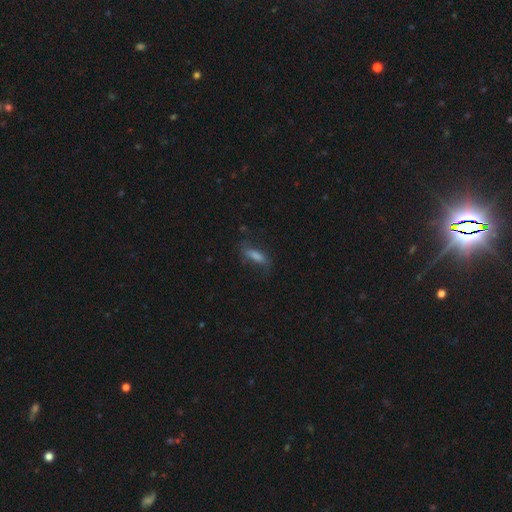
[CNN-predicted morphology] type=smooth (59%); roundness=cigar-shaped (56%); merging=none (67%).